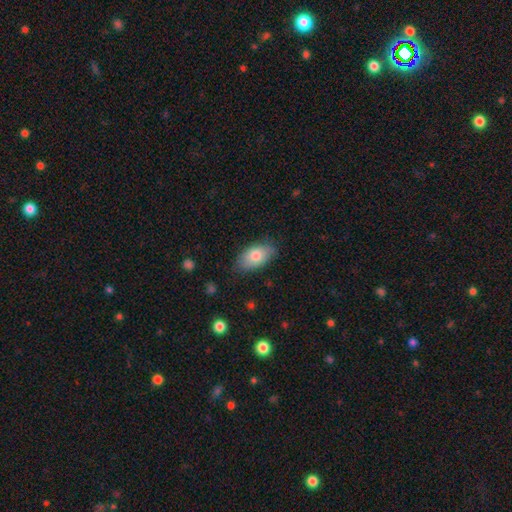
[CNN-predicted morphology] Smooth or featured? smooth (77%)
How rounded? in between (92%)
Merging? none (77%)